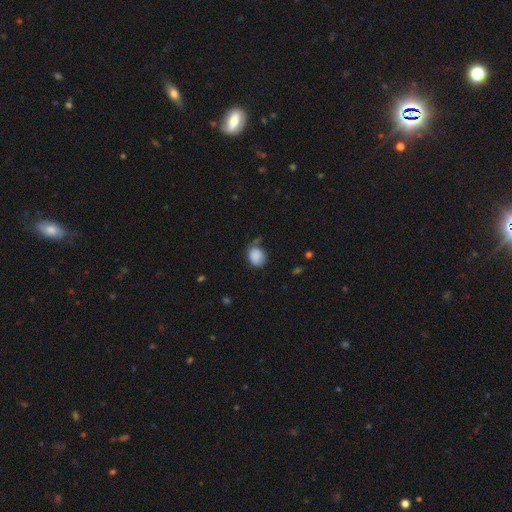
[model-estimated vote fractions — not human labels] This appears to be a smooth galaxy with no disk features (87%) that is round (52%). Merging: none (60%).